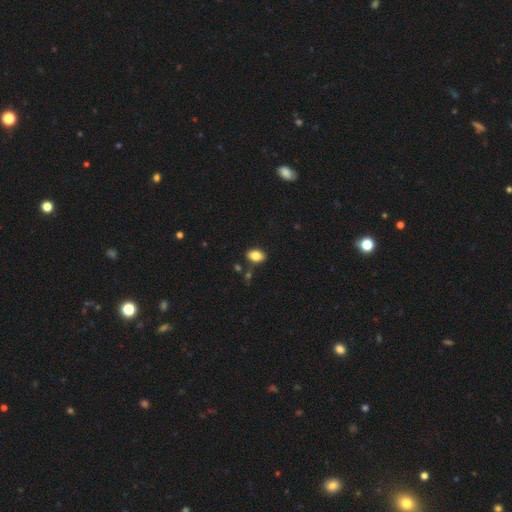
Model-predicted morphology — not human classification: Smooth or featured? smooth (82%)
How rounded? in between (85%)
Merging? none (82%)